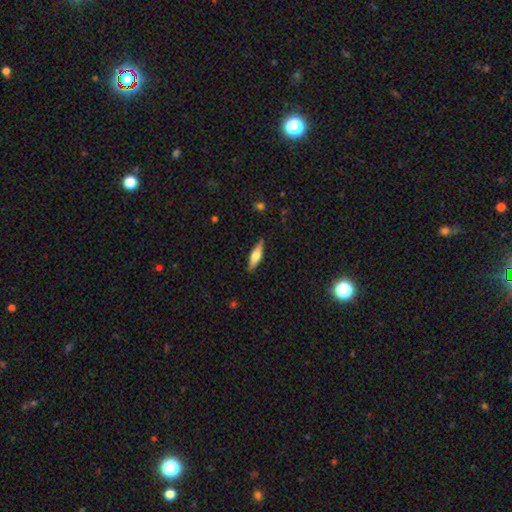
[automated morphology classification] The model was most divided on "smooth or featured": featured or disk: 49%, smooth: 45%, star or artifact: 6%. More confident: merging — none (89%).